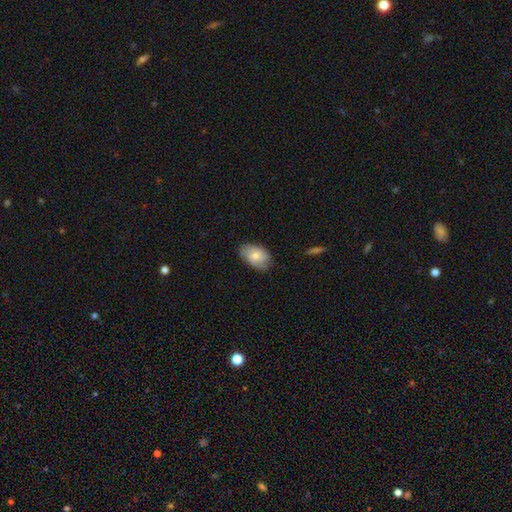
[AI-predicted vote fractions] Smooth or featured?
  - smooth: 71% *
  - featured or disk: 23%
  - star or artifact: 6%
How rounded?
  - in between: 89% *
  - round: 10%
  - cigar-shaped: 1%
Merging?
  - none: 74% *
  - minor disturbance: 21%
  - major disturbance: 4%
  - merger: 1%